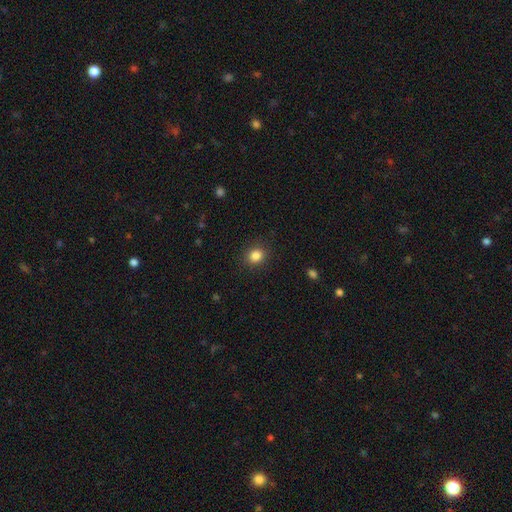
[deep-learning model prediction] smooth 85%, star or artifact 11%, featured or disk 4%. Down the decision tree: how rounded — round (68%); merging — none (89%).